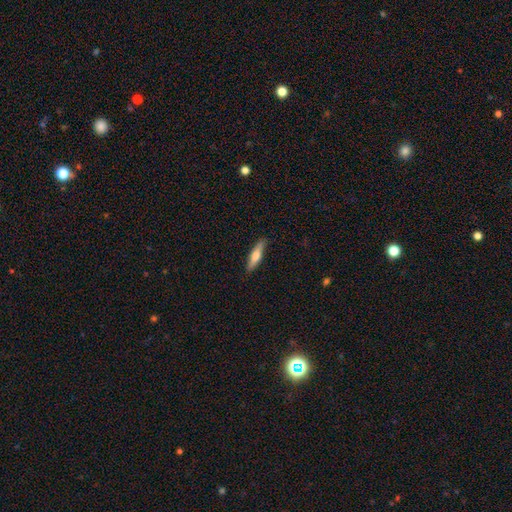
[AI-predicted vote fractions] A smooth galaxy with no disk features (60%) that is cigar-shaped (78%).

Vote fractions:
- Smooth or featured? smooth: 60% / featured or disk: 35% / star or artifact: 5%
- How rounded? cigar-shaped: 78% / in between: 21% / round: 2%
- Merging? none: 87% / minor disturbance: 10% / major disturbance: 2% / merger: 1%